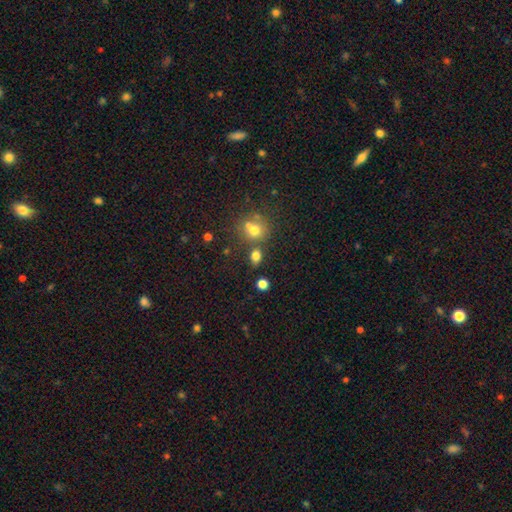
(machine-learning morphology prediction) Overall: smooth (75%). How rounded: in between (51%; round 47%). Merging: none (65%).